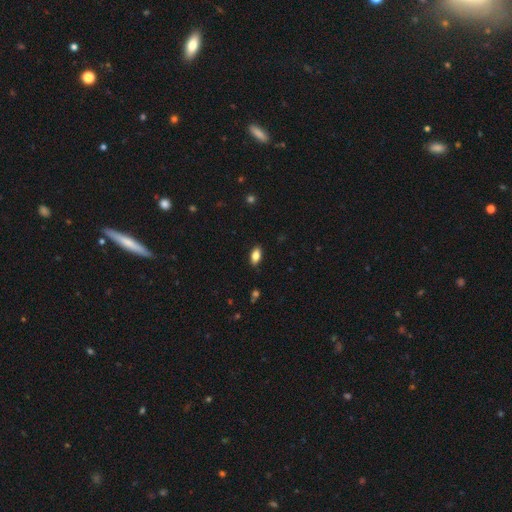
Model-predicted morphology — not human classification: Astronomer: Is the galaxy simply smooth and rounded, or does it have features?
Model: smooth — 83%.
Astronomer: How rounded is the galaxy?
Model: in between — 90%.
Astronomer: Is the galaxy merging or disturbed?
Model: none — 86%.